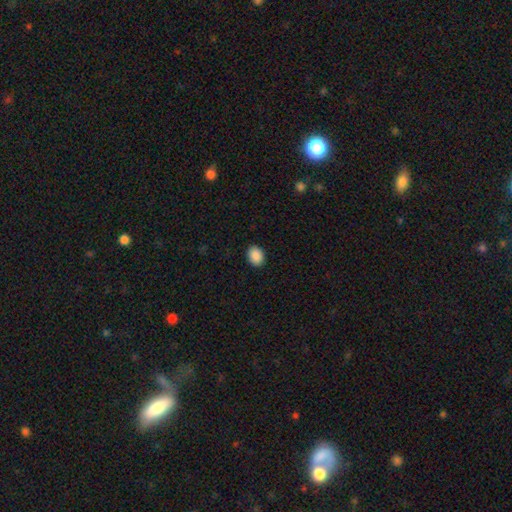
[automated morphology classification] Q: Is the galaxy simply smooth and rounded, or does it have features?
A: smooth — 90%.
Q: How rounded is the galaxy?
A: in between — 66%.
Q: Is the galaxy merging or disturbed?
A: none — 90%.